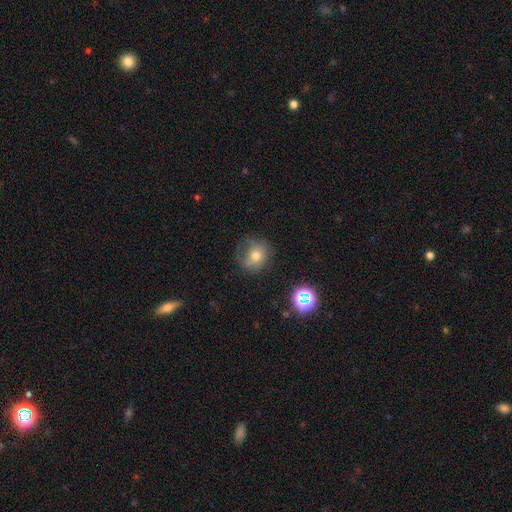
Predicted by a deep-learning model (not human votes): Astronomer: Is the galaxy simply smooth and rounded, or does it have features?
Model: smooth — 66%.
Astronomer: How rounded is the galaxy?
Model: round — 77%.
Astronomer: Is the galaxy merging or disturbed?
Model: none — 60%.